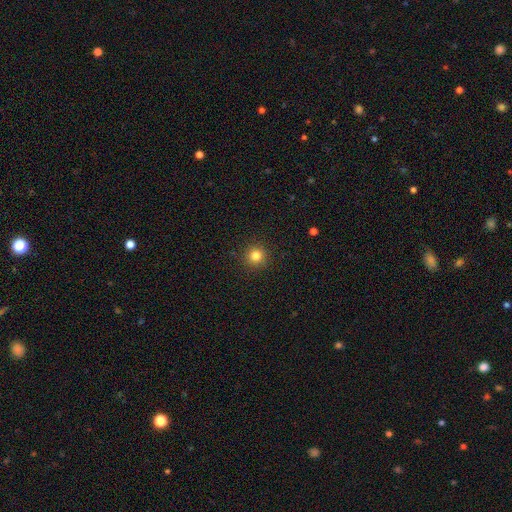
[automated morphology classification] The model was most divided on "smooth or featured": smooth: 82%, star or artifact: 13%, featured or disk: 5%. More confident: how rounded — round (94%); merging — none (92%).